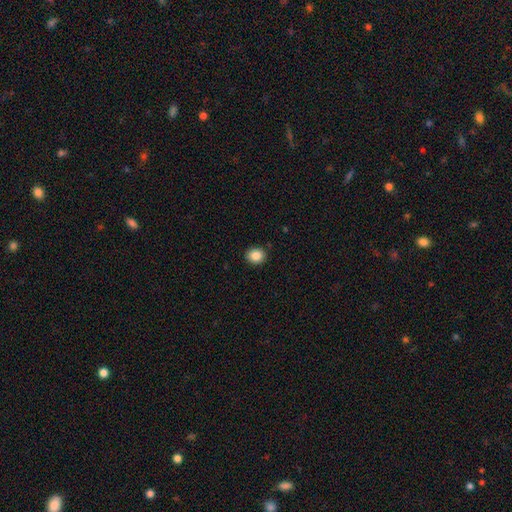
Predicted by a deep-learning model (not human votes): smooth-or-featured: smooth: 85% | star or artifact: 9% | featured or disk: 5%
  how-rounded: round: 73% | in between: 26% | cigar-shaped: 1%
  merging: none: 91% | minor disturbance: 6% | major disturbance: 2% | merger: 1%